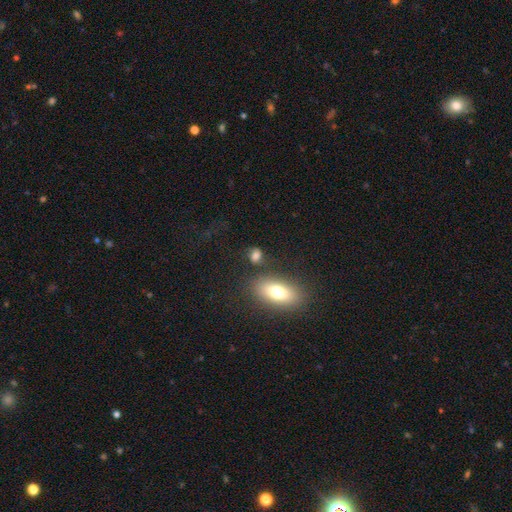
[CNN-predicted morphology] smooth 77%, star or artifact 13%, featured or disk 10%. Down the decision tree: how rounded — in between (59%); merging — none (68%).